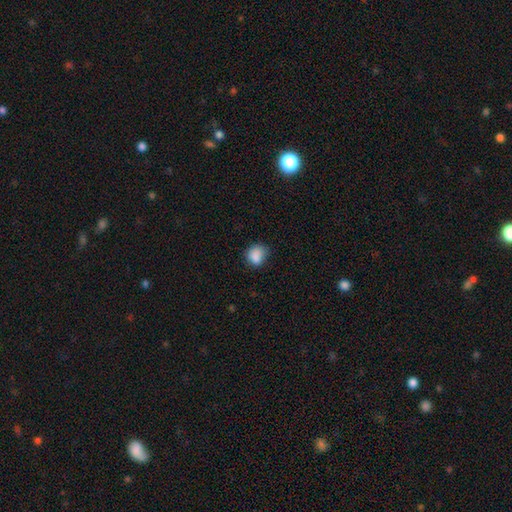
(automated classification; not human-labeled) This is clearly a smooth galaxy (86%). How rounded: likely round (66%). Merging: likely none (64%).